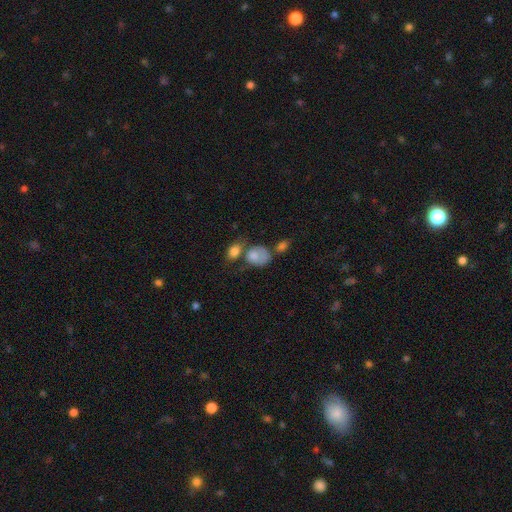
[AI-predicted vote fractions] A smooth galaxy with no disk features (77%) that is in between round and cigar-shaped (55%). Merging: merger (35%).